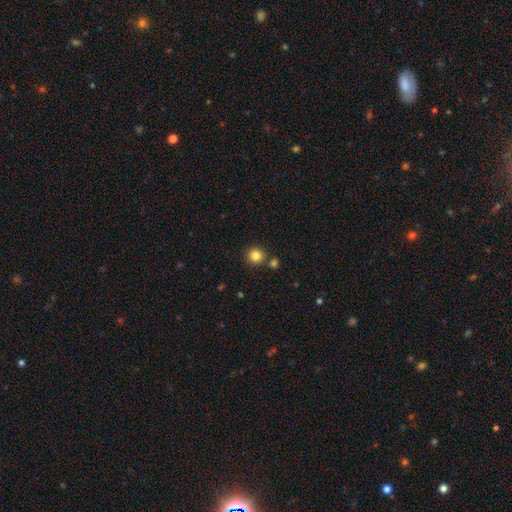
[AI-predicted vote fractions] smooth 84%, star or artifact 12%, featured or disk 5%. Down the decision tree: how rounded — round (92%); merging — none (80%).